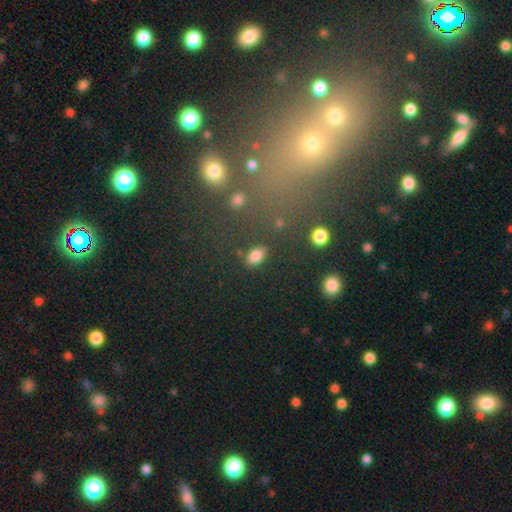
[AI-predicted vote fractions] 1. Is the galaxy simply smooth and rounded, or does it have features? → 83% smooth, 10% star or artifact, 7% featured or disk.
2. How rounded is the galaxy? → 89% in between, 9% round, 2% cigar-shaped.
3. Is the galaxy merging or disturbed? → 84% none, 10% minor disturbance, 3% major disturbance, 3% merger.